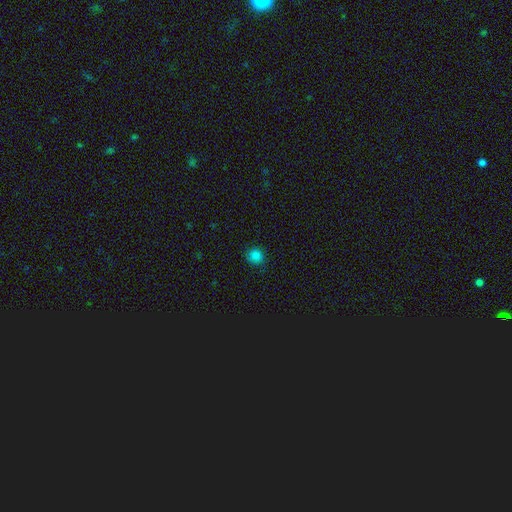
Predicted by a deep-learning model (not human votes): Q: Smooth or featured?
A: smooth (82%); runner-up: star or artifact (14%)
Q: How rounded?
A: round (88%); runner-up: in between (12%)
Q: Merging?
A: none (85%); runner-up: minor disturbance (11%)